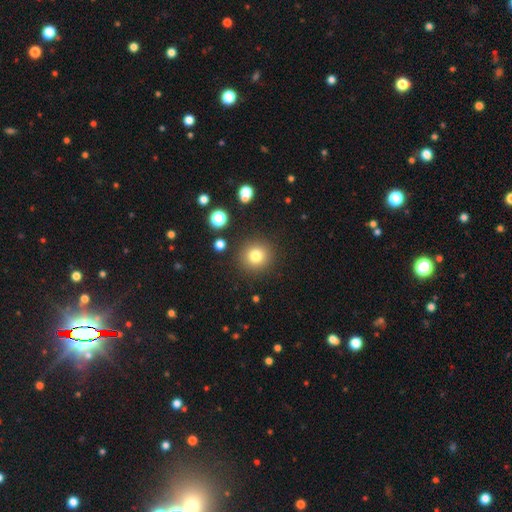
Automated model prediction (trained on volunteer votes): This appears to be a smooth galaxy with no disk features (79%) that is round (92%). Merging: none (89%).